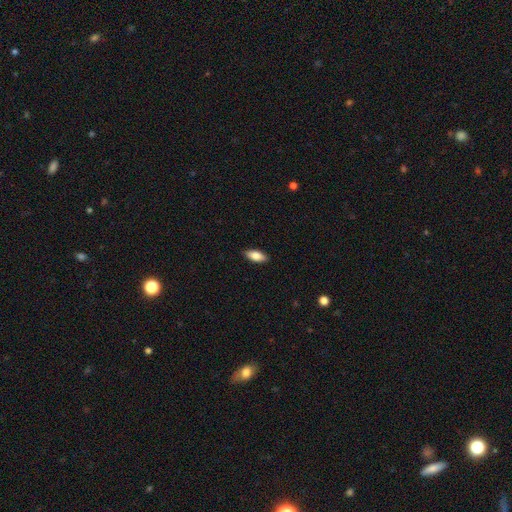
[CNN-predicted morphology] Q: Smooth or featured?
A: smooth (83%); runner-up: featured or disk (10%)
Q: How rounded?
A: in between (85%); runner-up: cigar-shaped (13%)
Q: Merging?
A: none (89%); runner-up: minor disturbance (8%)